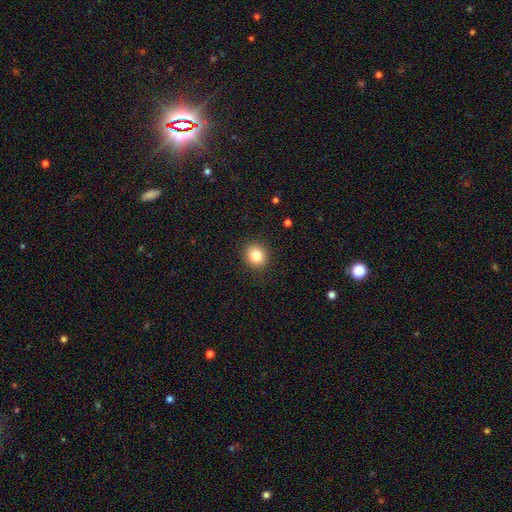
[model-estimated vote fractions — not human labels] Overall: smooth (83%). How rounded: round (80%). Merging: none (90%).